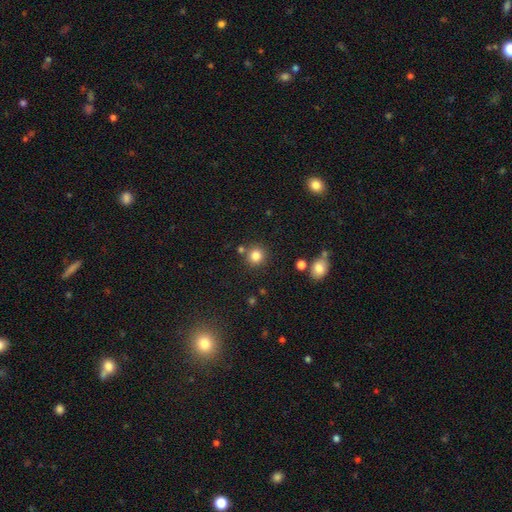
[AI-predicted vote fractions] smooth 83%, star or artifact 12%, featured or disk 5%. Down the decision tree: how rounded — round (92%); merging — none (81%).